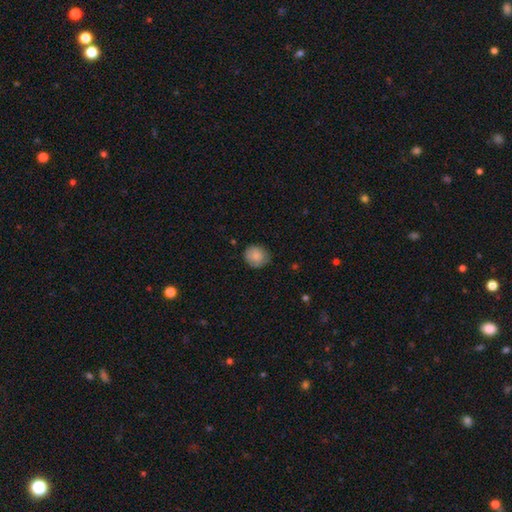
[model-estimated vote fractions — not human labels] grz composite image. It shows a smooth galaxy with no disk features (82%) that is round (76%). Merging: none (78%).